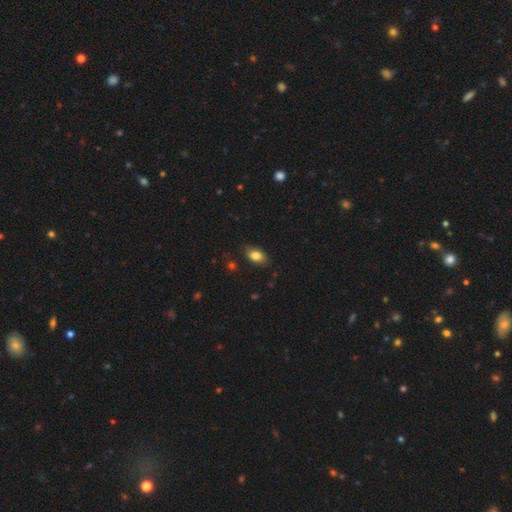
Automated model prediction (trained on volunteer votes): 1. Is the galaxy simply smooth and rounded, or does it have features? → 84% smooth, 8% featured or disk, 8% star or artifact.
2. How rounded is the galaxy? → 88% in between, 10% round, 2% cigar-shaped.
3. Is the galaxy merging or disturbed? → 83% none, 14% minor disturbance, 3% major disturbance, 1% merger.